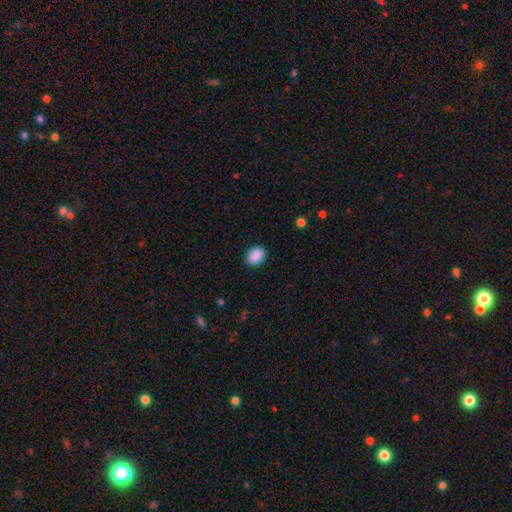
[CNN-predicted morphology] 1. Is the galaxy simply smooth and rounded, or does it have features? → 90% smooth, 8% star or artifact, 2% featured or disk.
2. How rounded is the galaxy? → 67% in between, 32% round, 1% cigar-shaped.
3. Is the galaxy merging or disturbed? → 88% none, 9% minor disturbance, 2% major disturbance, 1% merger.